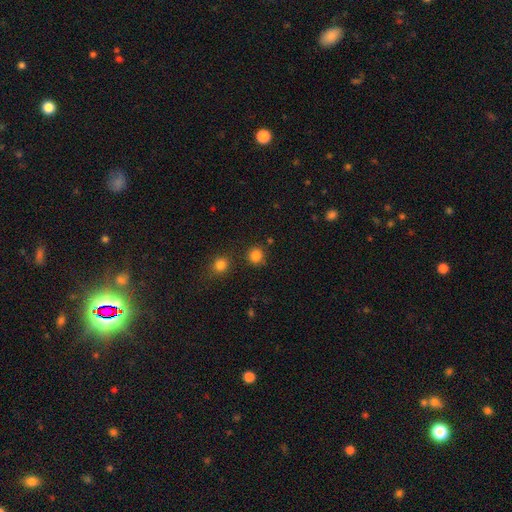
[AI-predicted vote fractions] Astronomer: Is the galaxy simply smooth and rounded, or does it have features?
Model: smooth — 83%.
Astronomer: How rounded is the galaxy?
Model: round — 91%.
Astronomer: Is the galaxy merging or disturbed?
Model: none — 82%.